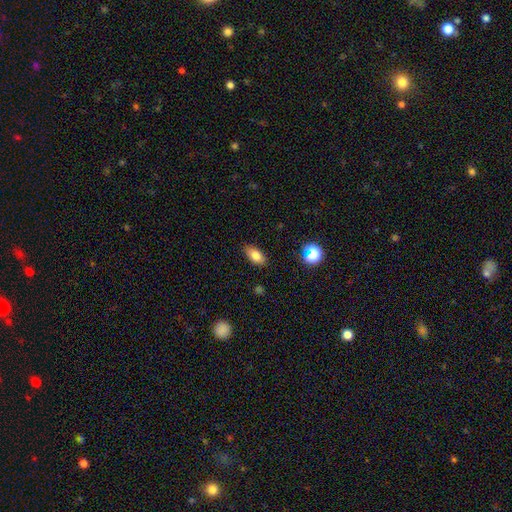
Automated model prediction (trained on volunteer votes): The model was most divided on "smooth or featured": smooth: 81%, star or artifact: 10%, featured or disk: 9%. More confident: how rounded — in between (89%); merging — none (86%).